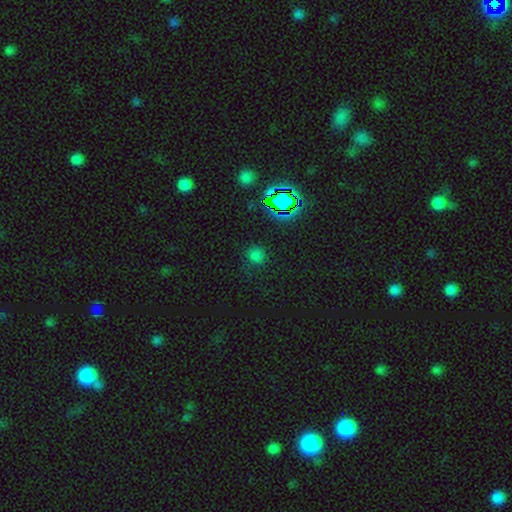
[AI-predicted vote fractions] A smooth galaxy with no disk features (62%) that is round (86%).

Vote fractions:
- Smooth or featured? smooth: 62% / star or artifact: 33% / featured or disk: 6%
- How rounded? round: 86% / in between: 13% / cigar-shaped: 1%
- Merging? none: 82% / minor disturbance: 11% / major disturbance: 4% / merger: 2%